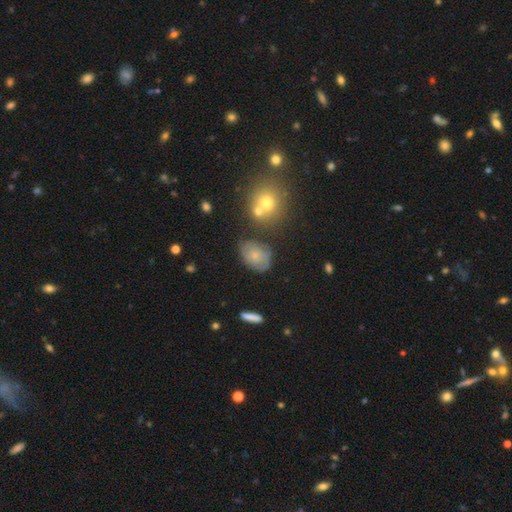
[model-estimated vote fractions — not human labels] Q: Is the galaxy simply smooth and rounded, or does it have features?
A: featured or disk — 50%.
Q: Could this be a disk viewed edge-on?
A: no — 95%.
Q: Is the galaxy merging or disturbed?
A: none — 64%.